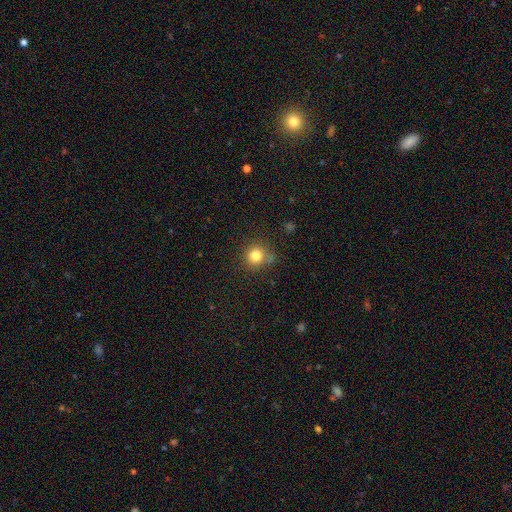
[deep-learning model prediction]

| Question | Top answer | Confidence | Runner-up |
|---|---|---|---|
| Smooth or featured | smooth | 80% | star or artifact (13%) |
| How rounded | round | 90% | in between (9%) |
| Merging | none | 77% | minor disturbance (14%) |